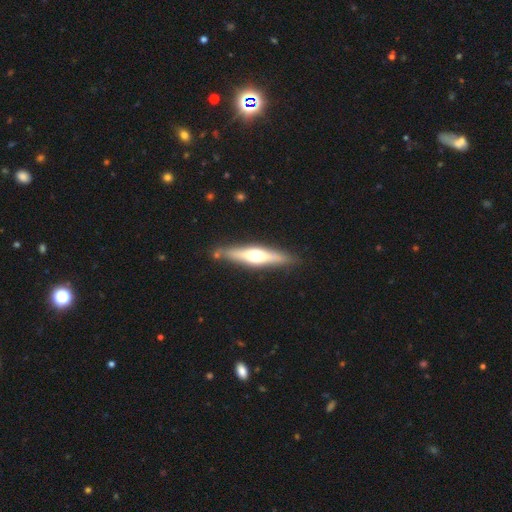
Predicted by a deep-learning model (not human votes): This is possibly a featured or disk galaxy (59%). It is clearly viewed edge-on (92%). Edge-on bulge: clearly rounded (92%). Merging: clearly none (83%).